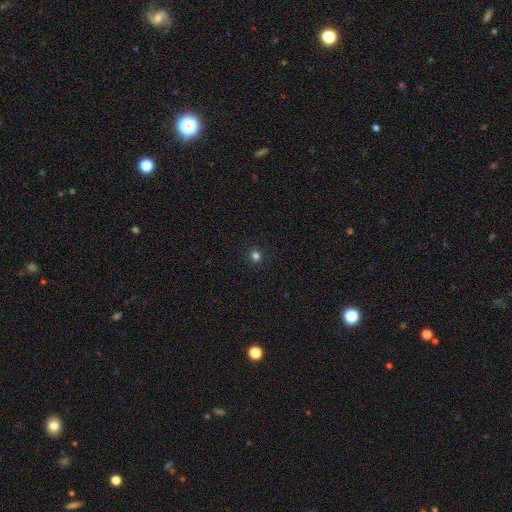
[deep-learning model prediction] Smooth or featured? Predicted: smooth (p=0.79). How rounded? Predicted: round (p=0.92). Merging? Predicted: none (p=0.92).